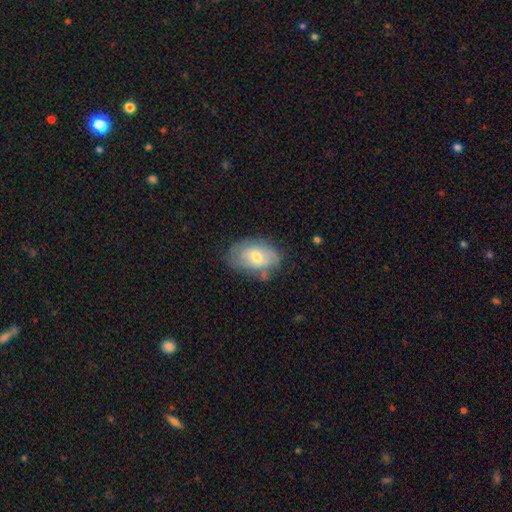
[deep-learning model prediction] A smooth galaxy with no disk features (54%) that is in between round and cigar-shaped (87%). Merging: none (64%).